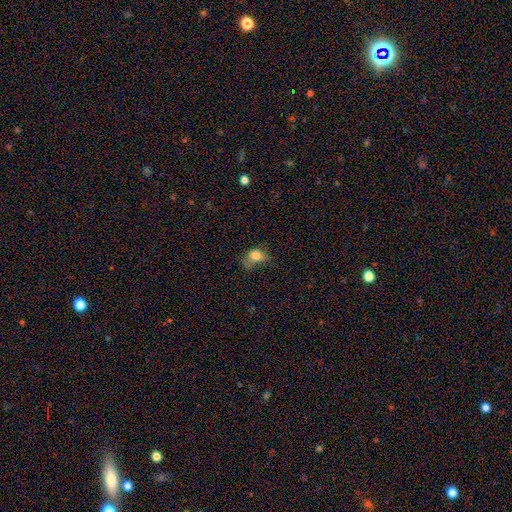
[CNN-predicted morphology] smooth 78%, featured or disk 11%, star or artifact 11%. Down the decision tree: how rounded — in between (64%); merging — minor disturbance (36%).